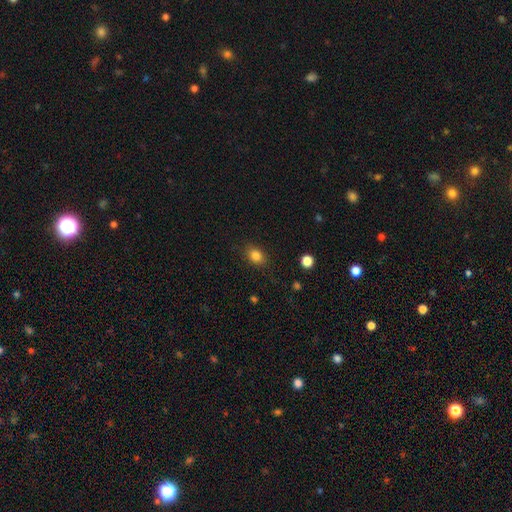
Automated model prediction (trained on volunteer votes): A smooth galaxy with no disk features (83%) that is in between round and cigar-shaped (67%). Merging: none (85%).